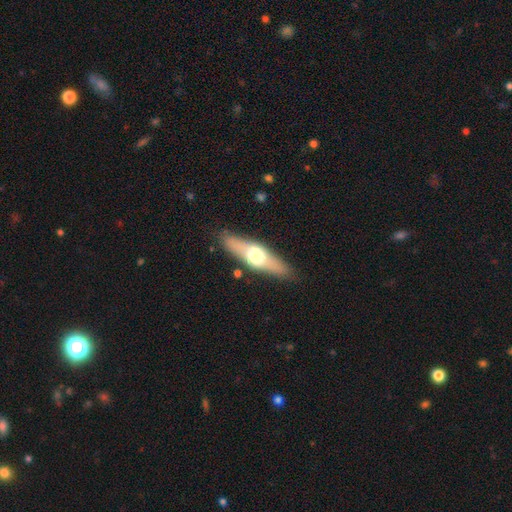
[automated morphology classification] The model was most divided on "smooth or featured": featured or disk: 51%, smooth: 43%, star or artifact: 6%. More confident: edge-on disk — yes (87%); merging — none (85%).